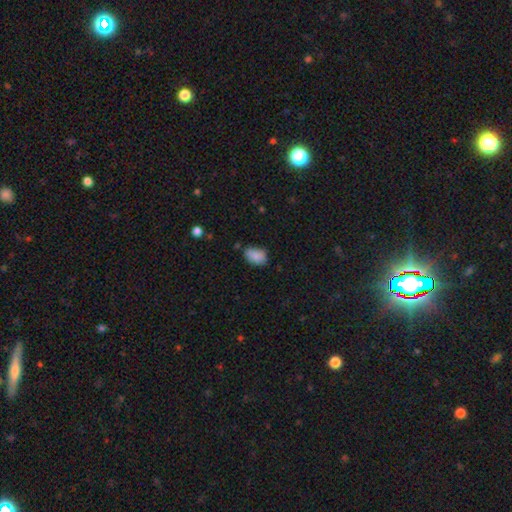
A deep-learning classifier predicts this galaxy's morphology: Smooth or featured: smooth — 85% (star or artifact — 8%)
How rounded: in between — 84% (round — 14%)
Merging: none — 65% (minor disturbance — 27%)